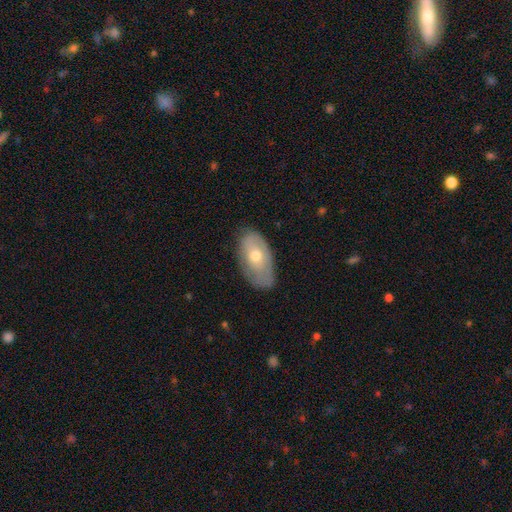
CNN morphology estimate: Smooth or featured? smooth (54%)
How rounded? in between (92%)
Merging? none (67%)